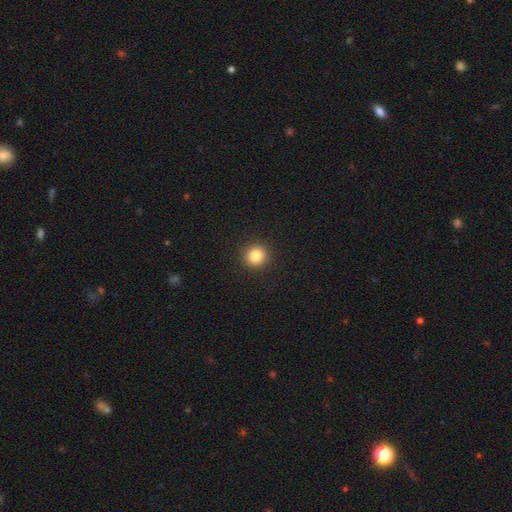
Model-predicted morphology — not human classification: This is clearly a smooth galaxy (84%). How rounded: clearly round (92%). Merging: clearly none (92%).